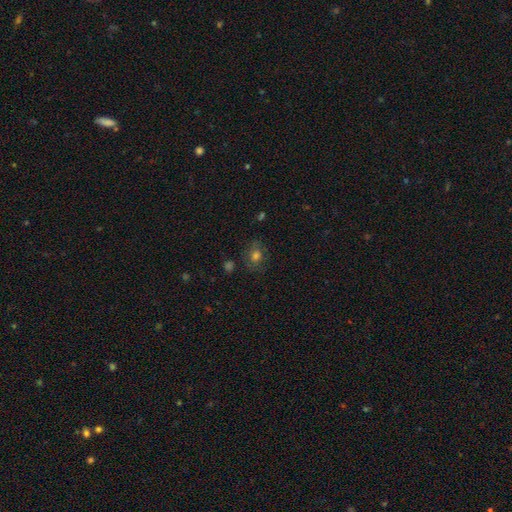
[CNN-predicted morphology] type=smooth (65%); roundness=round (60%); merging=none (78%).